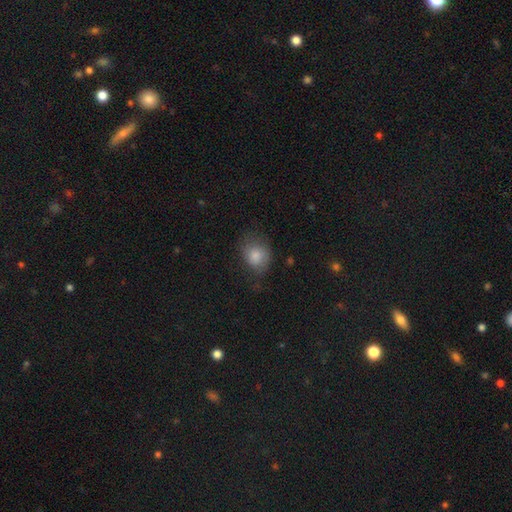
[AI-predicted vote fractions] The model was most divided on "how rounded": round: 58%, in between: 41%, cigar-shaped: 1%. More confident: smooth or featured — smooth (80%); merging — none (57%).